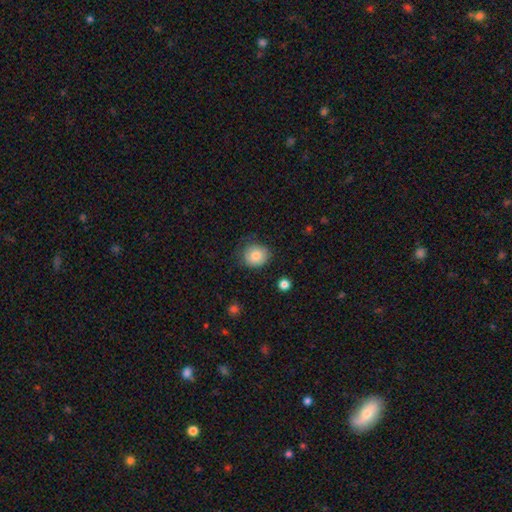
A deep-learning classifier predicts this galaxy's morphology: Smooth or featured: smooth — 82% (featured or disk — 9%)
How rounded: round — 78% (in between — 21%)
Merging: none — 74% (minor disturbance — 19%)